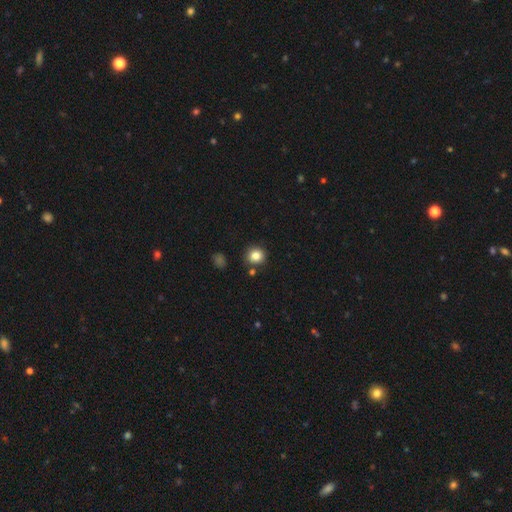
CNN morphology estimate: smooth-or-featured: smooth: 83% | star or artifact: 11% | featured or disk: 6%
  how-rounded: round: 89% | in between: 10% | cigar-shaped: 1%
  merging: none: 83% | minor disturbance: 9% | merger: 6% | major disturbance: 2%